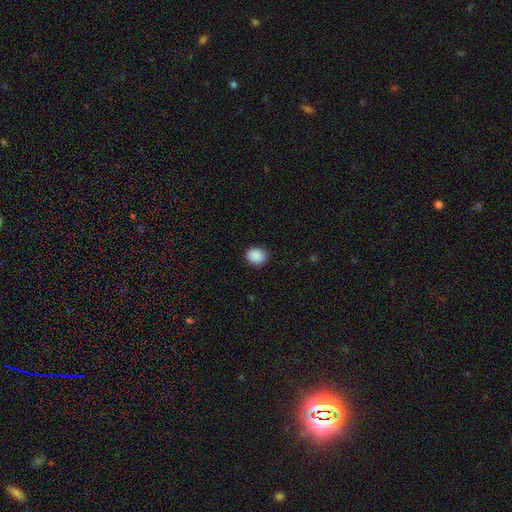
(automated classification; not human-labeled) smooth-or-featured: smooth: 90% | star or artifact: 8% | featured or disk: 2%
  how-rounded: round: 62% | in between: 37% | cigar-shaped: 1%
  merging: none: 87% | minor disturbance: 9% | major disturbance: 2% | merger: 1%